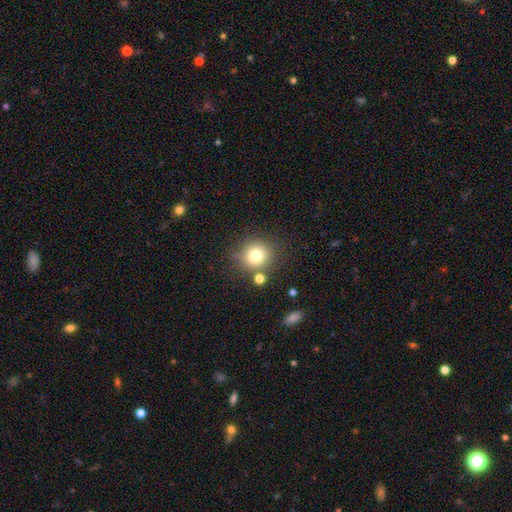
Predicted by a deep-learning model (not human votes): This appears to be a smooth galaxy with no disk features (78%) that is round (89%). Merging: none (77%).